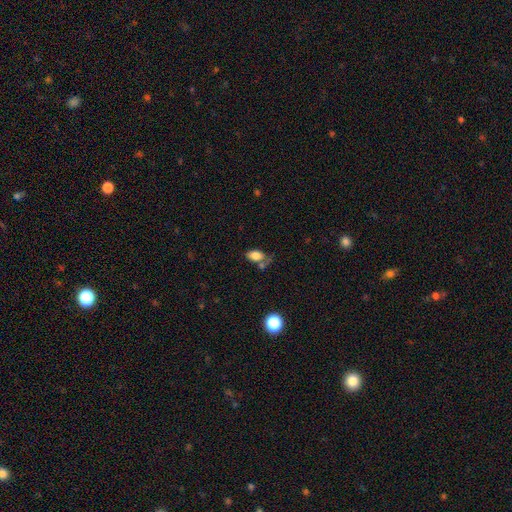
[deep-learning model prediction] Overall: smooth (81%). How rounded: in between (88%). Merging: none (47%; minor disturbance 22%).